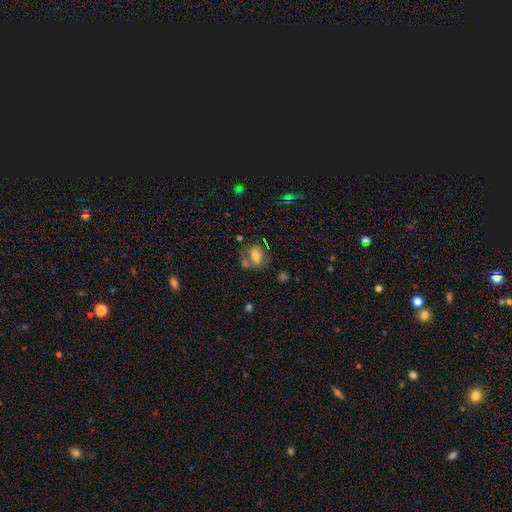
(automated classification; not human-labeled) Q: Smooth or featured?
A: smooth (59%); runner-up: featured or disk (30%)
Q: How rounded?
A: in between (62%); runner-up: round (36%)
Q: Merging?
A: none (44%); runner-up: merger (24%)